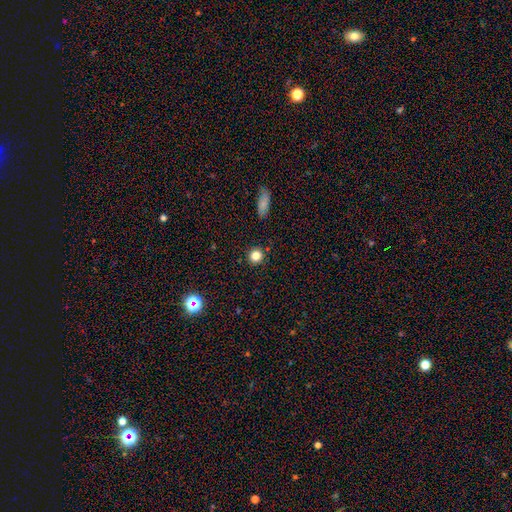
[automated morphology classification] Q: Smooth or featured?
A: smooth (82%); runner-up: star or artifact (12%)
Q: How rounded?
A: round (92%); runner-up: in between (7%)
Q: Merging?
A: none (91%); runner-up: minor disturbance (6%)